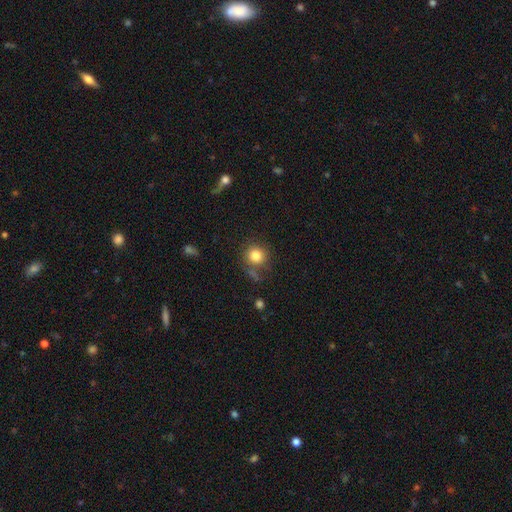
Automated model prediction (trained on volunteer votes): smooth 83%, star or artifact 10%, featured or disk 7%. Down the decision tree: how rounded — round (89%); merging — none (73%).